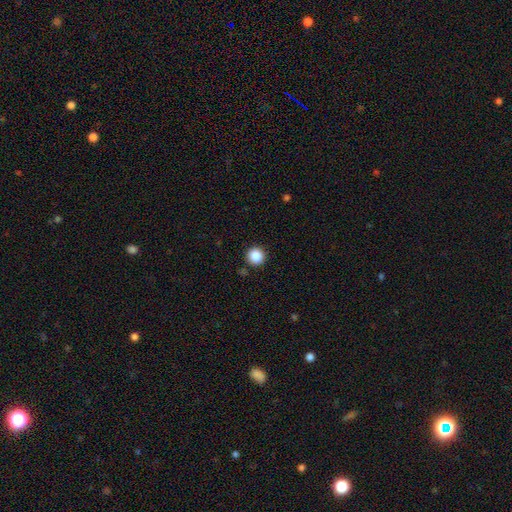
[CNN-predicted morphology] Smooth or featured? Predicted: smooth (p=0.86). How rounded? Predicted: round (p=0.95). Merging? Predicted: none (p=0.91).